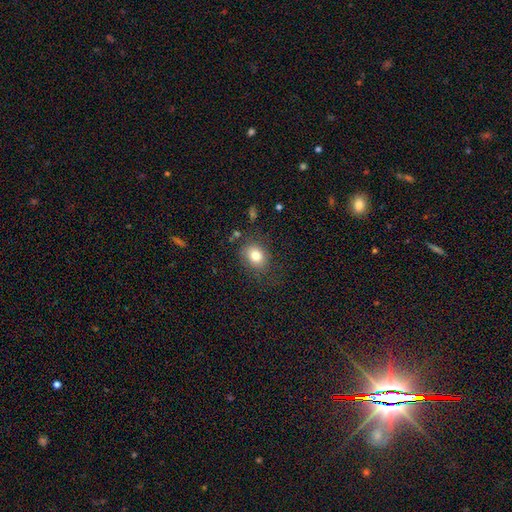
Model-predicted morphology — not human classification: Q: Smooth or featured?
A: smooth (80%); runner-up: star or artifact (10%)
Q: How rounded?
A: in between (51%); runner-up: round (48%)
Q: Merging?
A: none (77%); runner-up: minor disturbance (15%)